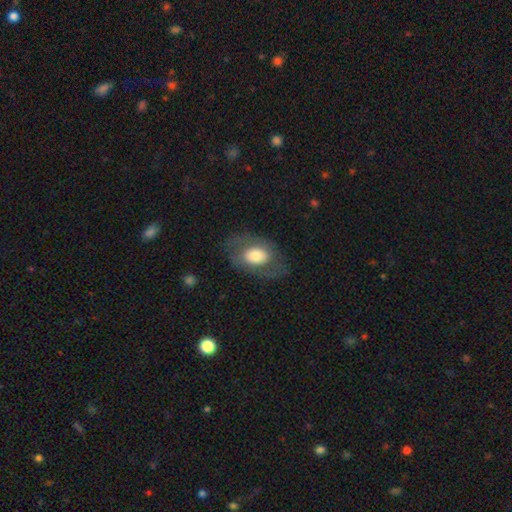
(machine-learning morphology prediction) This is possibly a smooth galaxy (55%). How rounded: clearly in between (82%). Merging: likely none (71%).